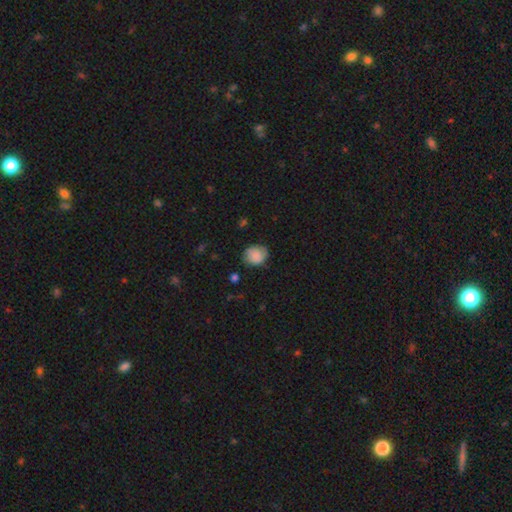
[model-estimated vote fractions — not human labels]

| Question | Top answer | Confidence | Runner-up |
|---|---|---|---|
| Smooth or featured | smooth | 78% | featured or disk (13%) |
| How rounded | round | 64% | in between (35%) |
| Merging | none | 69% | minor disturbance (24%) |